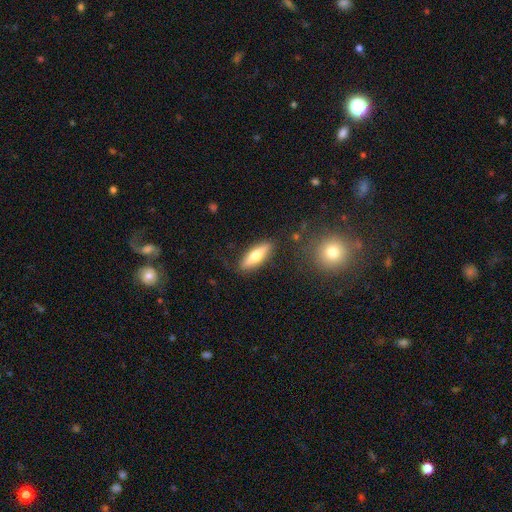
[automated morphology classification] Overall: smooth (57%; featured or disk 37%). How rounded: cigar-shaped (58%; in between 40%). Merging: none (85%).